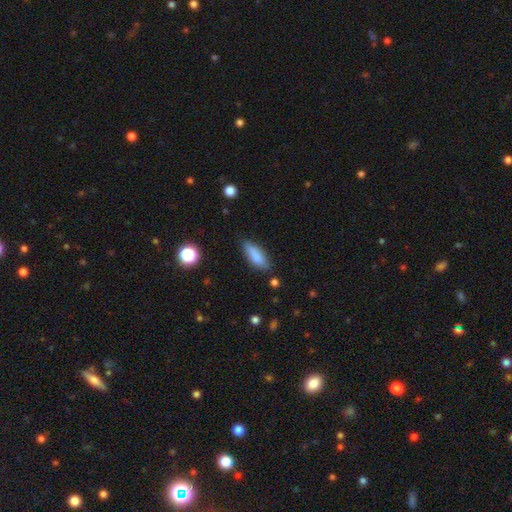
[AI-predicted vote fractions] Morphology: type=smooth (80%); roundness=in between (61%); merging=none (77%).